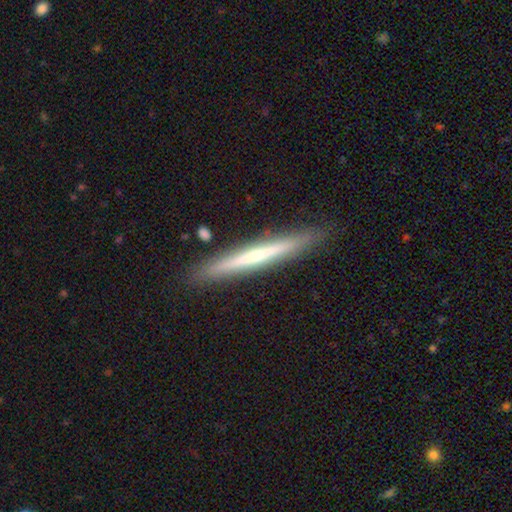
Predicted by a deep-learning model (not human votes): Smooth or featured? featured or disk (55%)
Edge-on disk? yes (96%)
Edge-on bulge? none (64%)
Merging? none (89%)